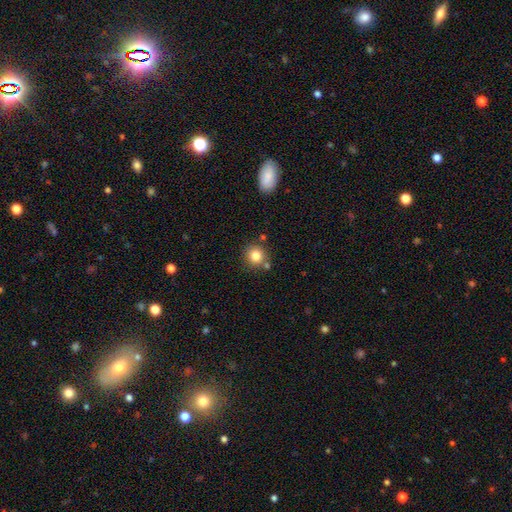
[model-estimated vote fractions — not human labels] smooth-or-featured: smooth: 82% | star or artifact: 11% | featured or disk: 7%
  how-rounded: round: 90% | in between: 9% | cigar-shaped: 1%
  merging: none: 77% | merger: 10% | minor disturbance: 10% | major disturbance: 3%